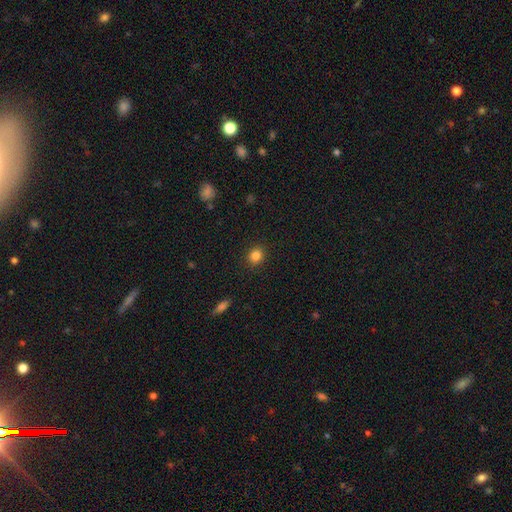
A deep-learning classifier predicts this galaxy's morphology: A smooth galaxy with no disk features (84%) that is round (77%). Merging: none (90%).